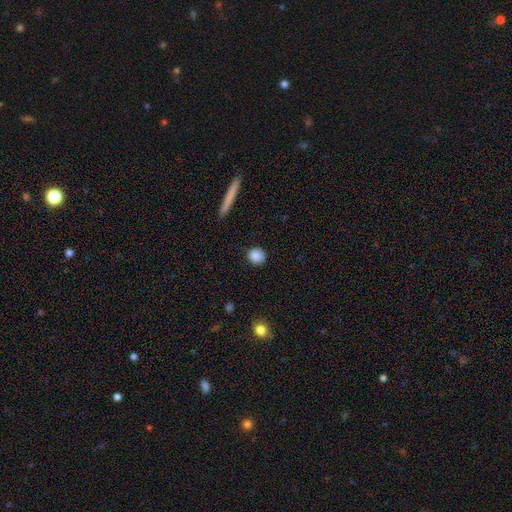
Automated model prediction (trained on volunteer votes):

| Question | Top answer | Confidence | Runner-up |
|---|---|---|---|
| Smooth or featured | smooth | 87% | star or artifact (8%) |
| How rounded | round | 84% | in between (14%) |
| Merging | none | 87% | minor disturbance (10%) |